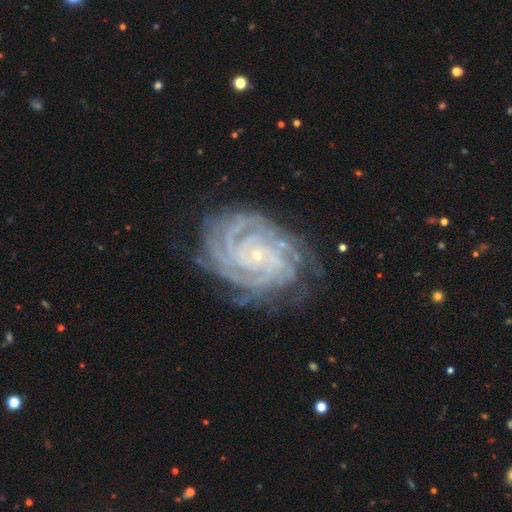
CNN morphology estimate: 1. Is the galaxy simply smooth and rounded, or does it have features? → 91% featured or disk, 6% star or artifact, 3% smooth.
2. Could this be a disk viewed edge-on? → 98% no, 2% yes.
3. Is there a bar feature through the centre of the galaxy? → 72% no, 18% weak, 9% strong.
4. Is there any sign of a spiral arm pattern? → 99% yes, 1% no.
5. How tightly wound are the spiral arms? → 85% tight, 13% medium, 2% loose.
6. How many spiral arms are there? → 27% 4, 21% more than 4, 17% 3, 14% can't tell, 12% 2, 8% 1.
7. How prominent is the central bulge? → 89% small, 8% moderate, 2% none, 1% large, 1% dominant.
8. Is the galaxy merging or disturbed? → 77% none, 17% minor disturbance, 5% major disturbance, 2% merger.